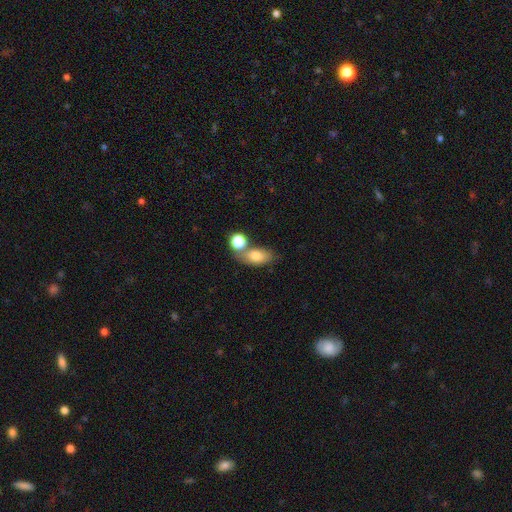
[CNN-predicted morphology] Smooth or featured? Predicted: smooth (p=0.79). How rounded? Predicted: in between (p=0.84). Merging? Predicted: none (p=0.47).